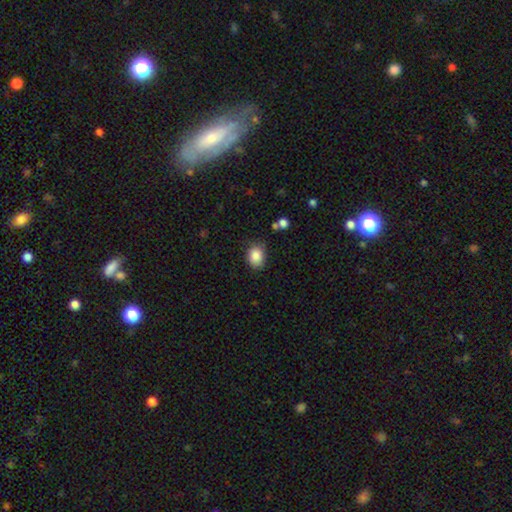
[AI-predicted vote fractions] smooth-or-featured: smooth: 87% | star or artifact: 9% | featured or disk: 5%
  how-rounded: in between: 56% | round: 43% | cigar-shaped: 1%
  merging: none: 78% | minor disturbance: 16% | major disturbance: 4% | merger: 2%